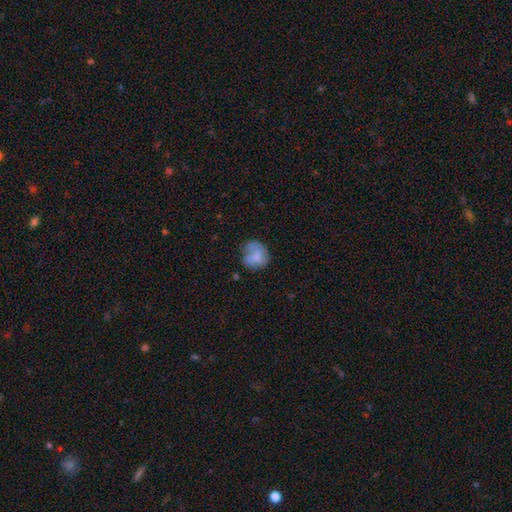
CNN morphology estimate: Overall: smooth (69%). How rounded: round (76%). Merging: none (53%; minor disturbance 26%).